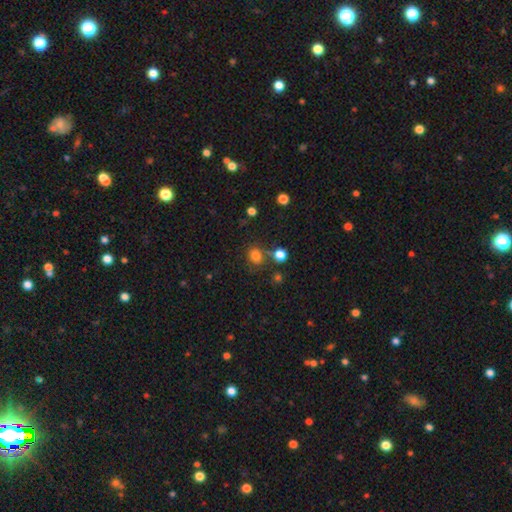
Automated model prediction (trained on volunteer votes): This appears to be a smooth galaxy with no disk features (78%) that is round (66%). Merging: none (68%).